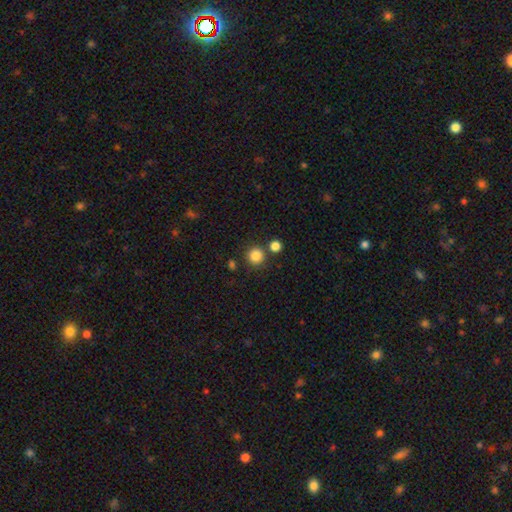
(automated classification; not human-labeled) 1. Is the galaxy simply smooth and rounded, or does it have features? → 85% smooth, 11% star or artifact, 4% featured or disk.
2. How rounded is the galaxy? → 94% round, 5% in between, 1% cigar-shaped.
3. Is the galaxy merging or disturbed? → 80% none, 10% merger, 7% minor disturbance, 3% major disturbance.